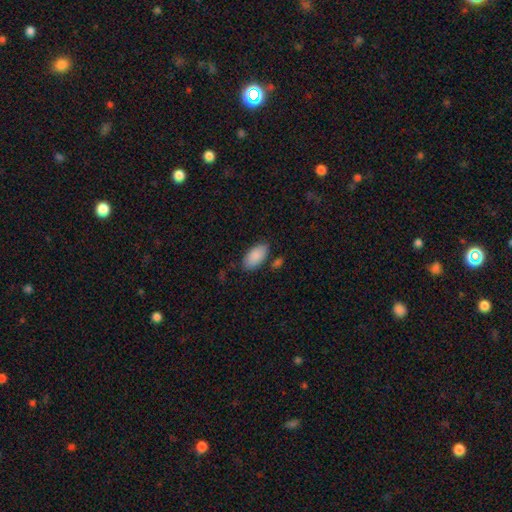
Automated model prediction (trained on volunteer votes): This appears to be a smooth galaxy with no disk features (89%) that is in between round and cigar-shaped (95%). Merging: none (77%).